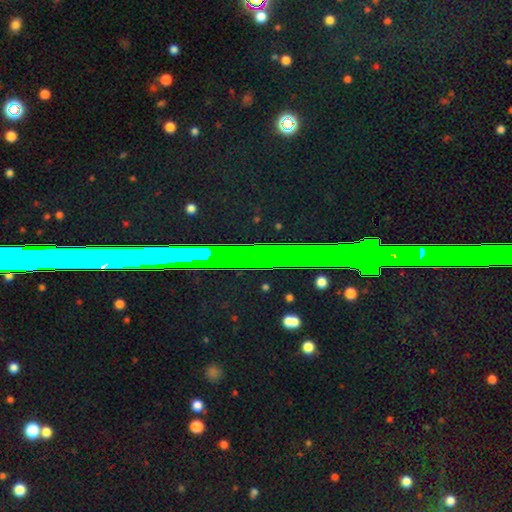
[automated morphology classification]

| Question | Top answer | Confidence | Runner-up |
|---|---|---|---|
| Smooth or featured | star or artifact | 78% | featured or disk (12%) |